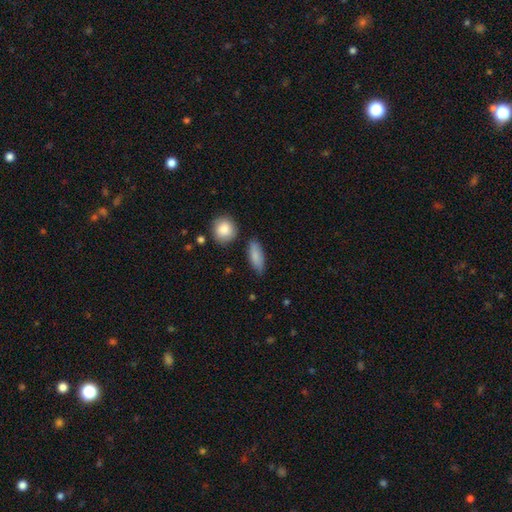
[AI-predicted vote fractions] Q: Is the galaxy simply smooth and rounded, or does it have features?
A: smooth — 83%.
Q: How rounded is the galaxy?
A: in between — 74%.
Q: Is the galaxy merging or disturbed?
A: none — 75%.